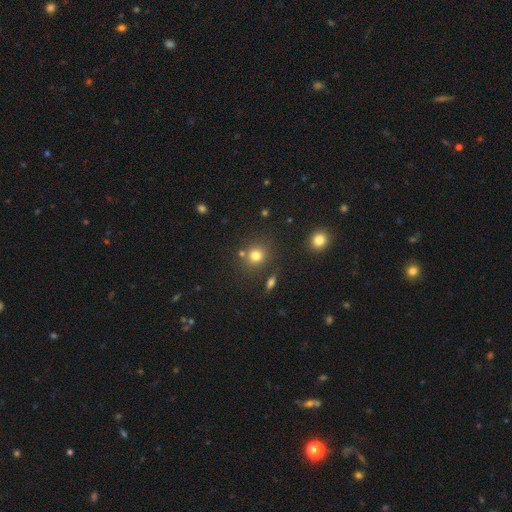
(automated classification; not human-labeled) A smooth galaxy with no disk features (77%) that is round (86%). Merging: none (76%).